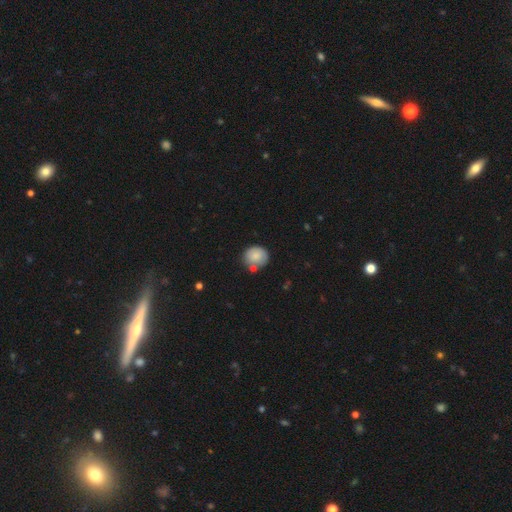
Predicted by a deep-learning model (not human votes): A smooth galaxy with no disk features (82%) that is round (81%). Merging: none (64%).